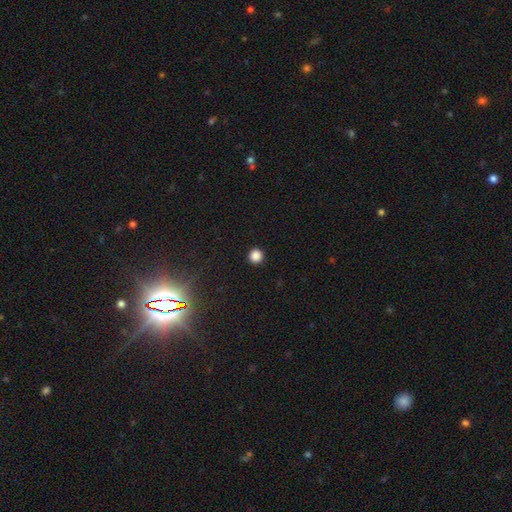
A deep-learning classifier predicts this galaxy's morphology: type=smooth (86%); roundness=round (94%); merging=none (93%).